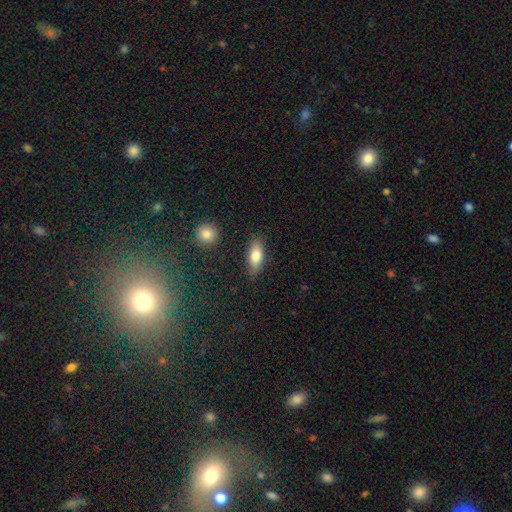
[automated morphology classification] smooth-or-featured: smooth: 79% | featured or disk: 14% | star or artifact: 7%
  how-rounded: in between: 79% | cigar-shaped: 17% | round: 3%
  merging: none: 84% | minor disturbance: 11% | major disturbance: 3% | merger: 2%